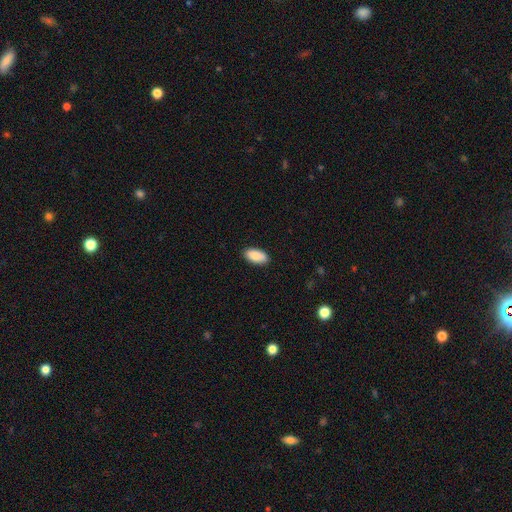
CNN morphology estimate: type=smooth (87%); roundness=in between (93%); merging=none (88%).